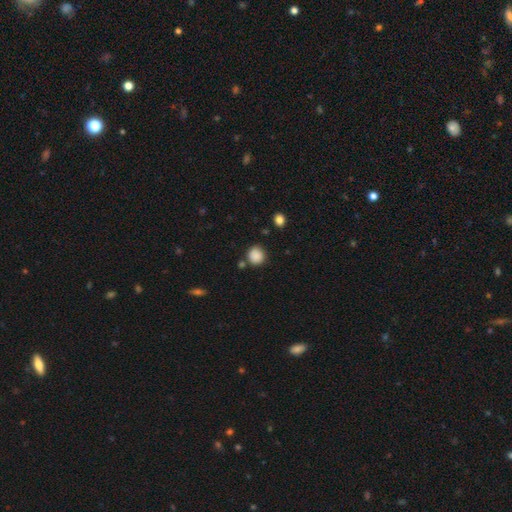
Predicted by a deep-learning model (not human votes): smooth-or-featured: smooth: 87% | star or artifact: 9% | featured or disk: 4%
  how-rounded: round: 86% | in between: 13% | cigar-shaped: 1%
  merging: none: 77% | minor disturbance: 13% | merger: 6% | major disturbance: 4%